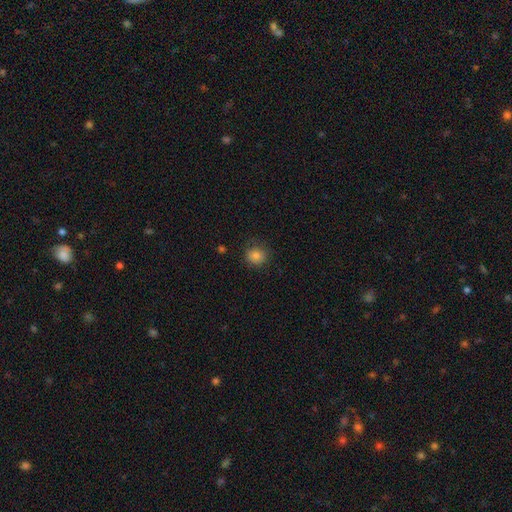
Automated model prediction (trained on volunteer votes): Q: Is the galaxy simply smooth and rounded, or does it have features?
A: smooth — 81%.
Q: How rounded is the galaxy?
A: round — 82%.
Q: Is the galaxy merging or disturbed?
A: none — 80%.